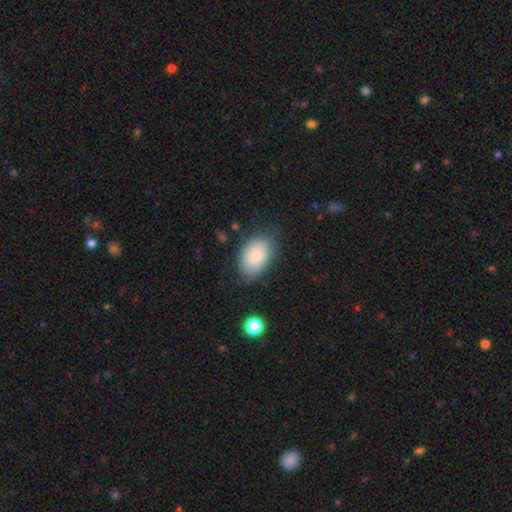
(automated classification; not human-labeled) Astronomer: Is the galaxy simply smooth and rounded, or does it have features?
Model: smooth — 84%.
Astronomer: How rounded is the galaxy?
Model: in between — 90%.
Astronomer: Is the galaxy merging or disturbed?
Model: none — 73%.